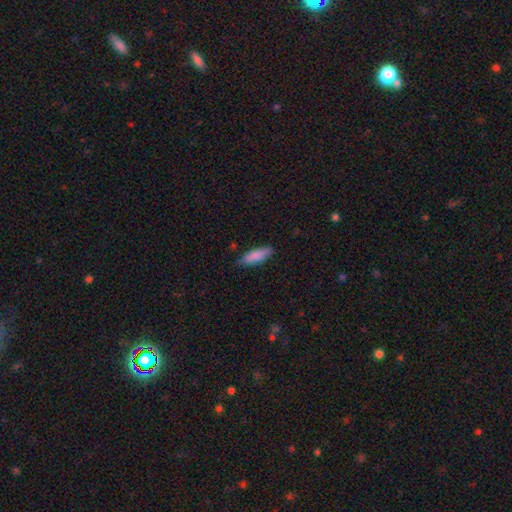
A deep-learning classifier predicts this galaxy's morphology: Smooth or featured?
  - smooth: 84% *
  - featured or disk: 10%
  - star or artifact: 6%
How rounded?
  - in between: 55% *
  - cigar-shaped: 43%
  - round: 2%
Merging?
  - none: 77% *
  - minor disturbance: 19%
  - major disturbance: 3%
  - merger: 1%